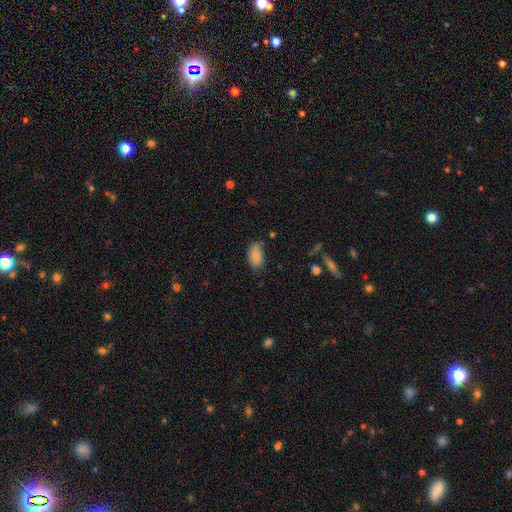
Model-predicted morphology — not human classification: Smooth or featured? smooth (82%)
How rounded? in between (93%)
Merging? none (56%)